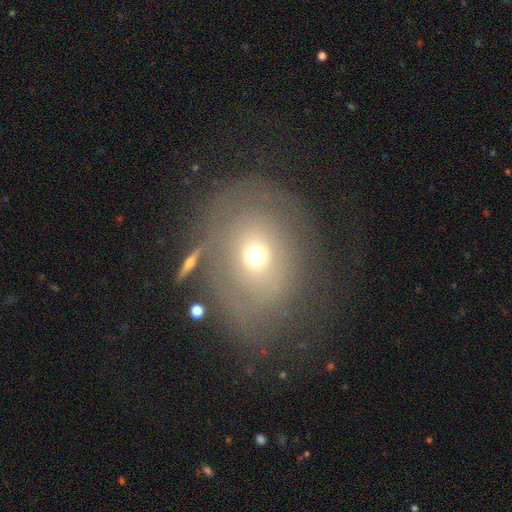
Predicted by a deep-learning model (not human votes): A smooth galaxy with no disk features (54%) that is round (53%).

Vote fractions:
- Smooth or featured? smooth: 54% / featured or disk: 30% / star or artifact: 16%
- How rounded? round: 53% / in between: 45% / cigar-shaped: 2%
- Merging? none: 56% / minor disturbance: 18% / major disturbance: 16% / merger: 10%